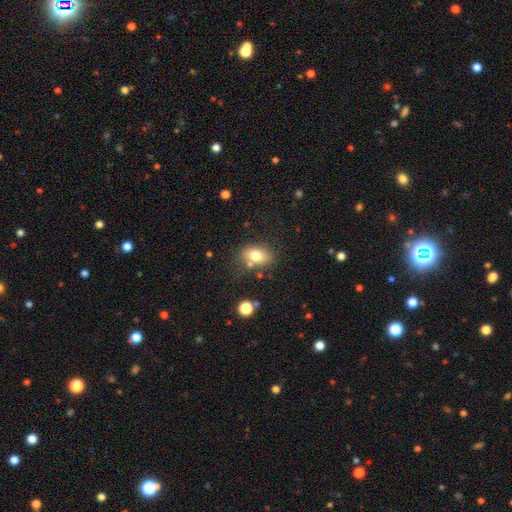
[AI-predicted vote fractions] Q: Smooth or featured?
A: smooth (76%); runner-up: featured or disk (14%)
Q: How rounded?
A: in between (78%); runner-up: round (20%)
Q: Merging?
A: none (68%); runner-up: minor disturbance (17%)